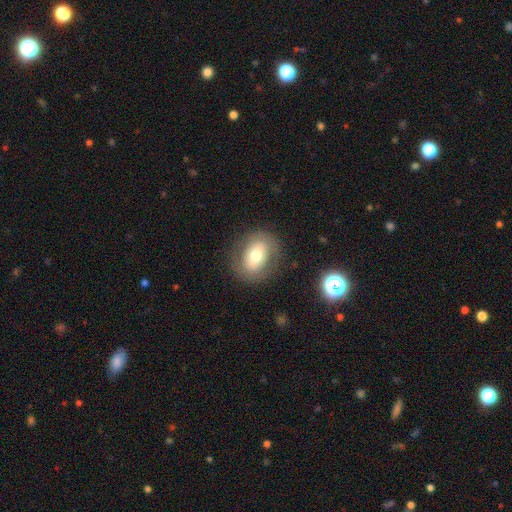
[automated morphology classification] This is likely a smooth galaxy (61%). How rounded: possibly in between (60%). Merging: clearly none (81%).